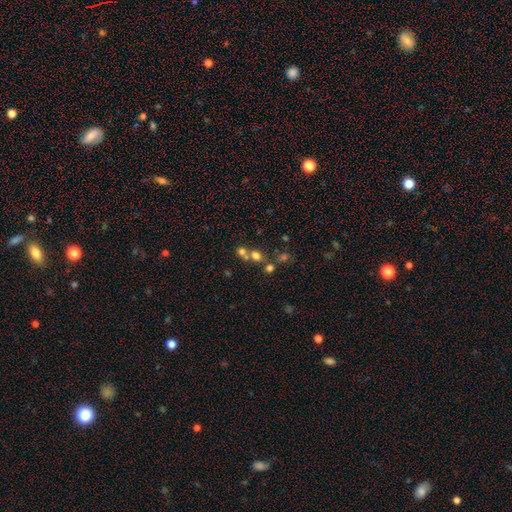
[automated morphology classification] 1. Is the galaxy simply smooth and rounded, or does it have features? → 65% smooth, 21% star or artifact, 15% featured or disk.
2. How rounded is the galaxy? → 80% round, 19% in between, 1% cigar-shaped.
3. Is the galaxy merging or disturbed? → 46% merger, 45% none, 6% minor disturbance, 3% major disturbance.